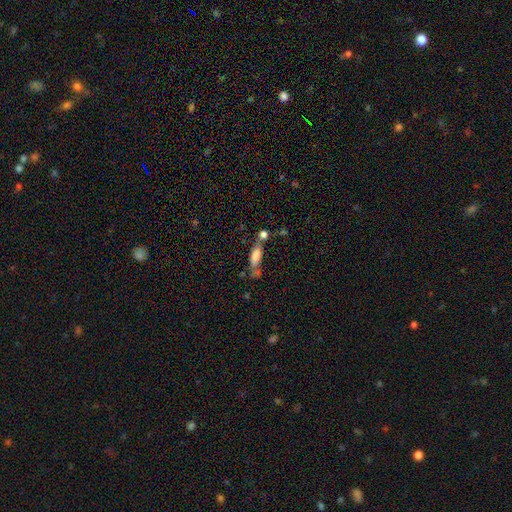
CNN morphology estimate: Q: Smooth or featured?
A: smooth (72%); runner-up: featured or disk (19%)
Q: How rounded?
A: in between (56%); runner-up: cigar-shaped (41%)
Q: Merging?
A: none (39%); runner-up: merger (31%)